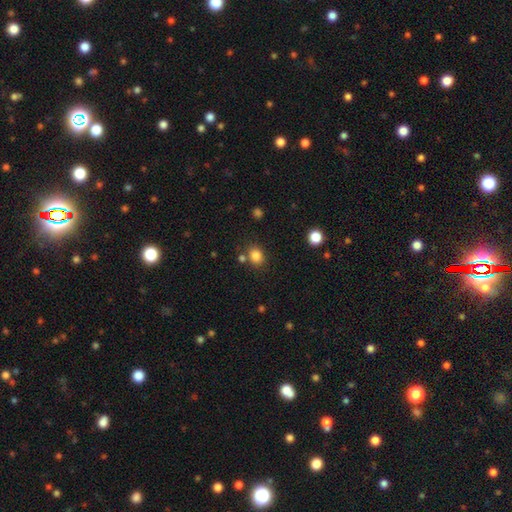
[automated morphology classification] A smooth galaxy with no disk features (83%) that is round (59%). Merging: none (75%).